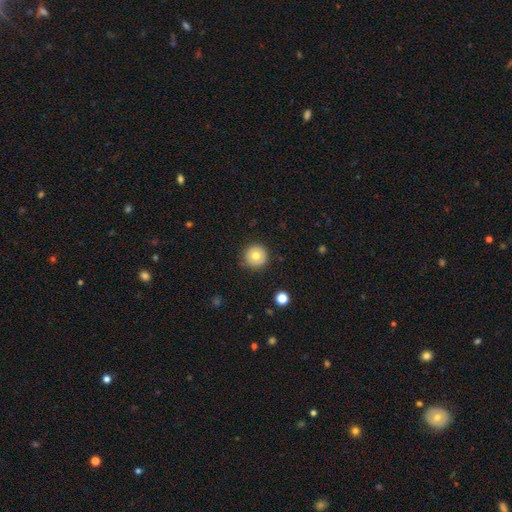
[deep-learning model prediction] This appears to be a smooth galaxy with no disk features (73%) that is round (96%). Merging: none (89%).